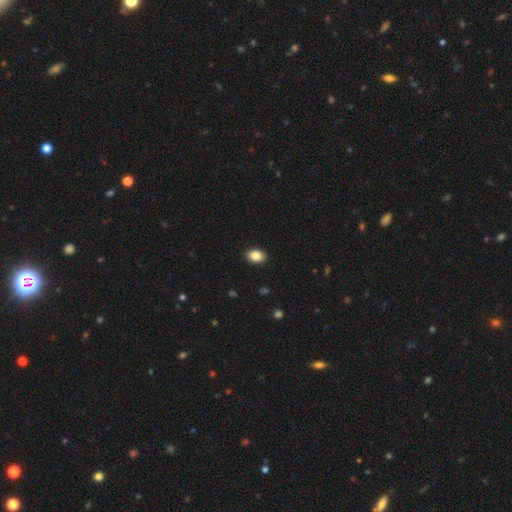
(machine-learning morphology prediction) smooth-or-featured: smooth: 86% | star or artifact: 9% | featured or disk: 5%
  how-rounded: in between: 76% | round: 23% | cigar-shaped: 1%
  merging: none: 90% | minor disturbance: 7% | major disturbance: 2% | merger: 1%